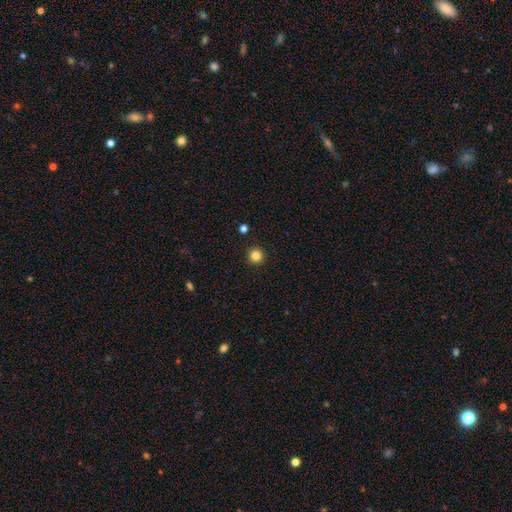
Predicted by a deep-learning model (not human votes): Smooth or featured: smooth — 84% (star or artifact — 12%)
How rounded: round — 96% (in between — 3%)
Merging: none — 93% (minor disturbance — 4%)